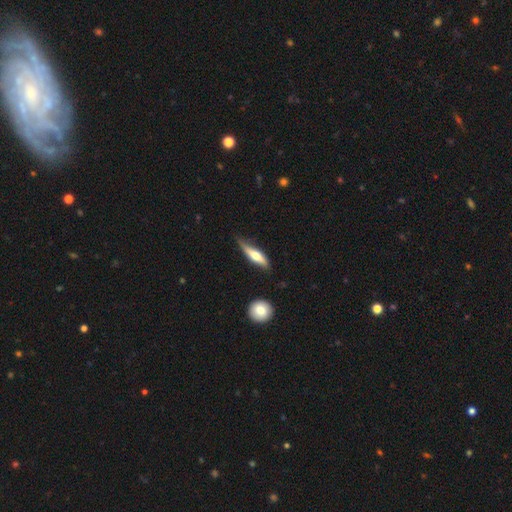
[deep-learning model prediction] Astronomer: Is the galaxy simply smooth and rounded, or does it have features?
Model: featured or disk — 48% (runner-up: smooth, 47%).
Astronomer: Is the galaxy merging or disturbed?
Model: none — 59%.